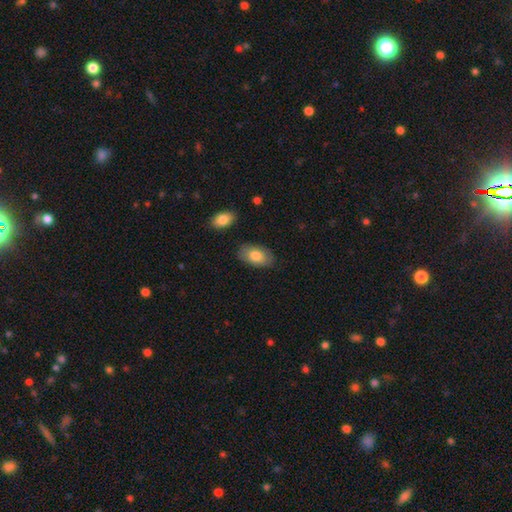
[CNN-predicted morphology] Smooth or featured?
  - smooth: 80% *
  - featured or disk: 14%
  - star or artifact: 6%
How rounded?
  - in between: 93% *
  - round: 5%
  - cigar-shaped: 1%
Merging?
  - none: 83% *
  - minor disturbance: 12%
  - major disturbance: 3%
  - merger: 2%